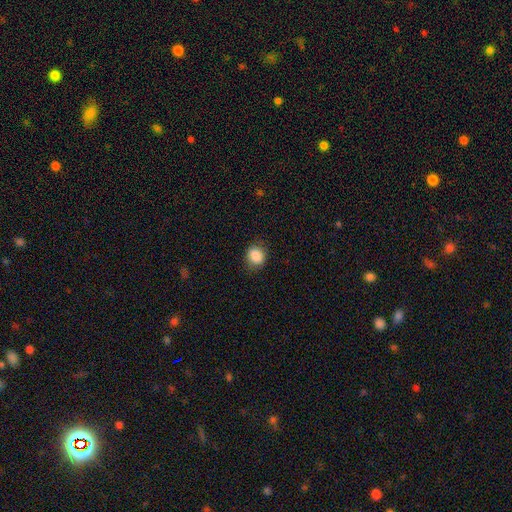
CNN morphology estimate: smooth_or_featured: smooth (p=0.87) [alt: star or artifact p=0.09]
how_rounded: round (p=0.72) [alt: in between p=0.27]
merging: none (p=0.82) [alt: minor disturbance p=0.14]